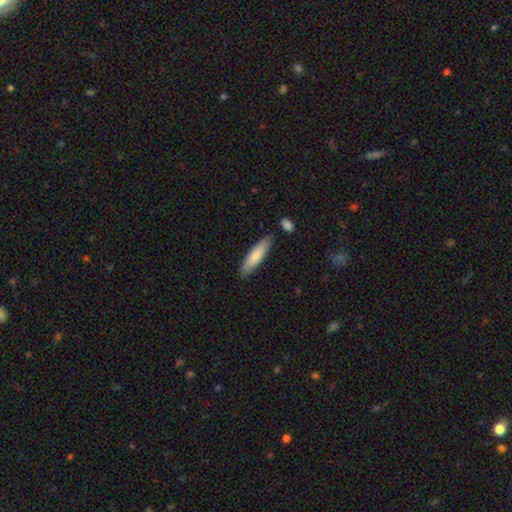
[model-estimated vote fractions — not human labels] smooth-or-featured: smooth: 79% | featured or disk: 16% | star or artifact: 5%
  how-rounded: cigar-shaped: 71% | in between: 28% | round: 1%
  merging: none: 84% | minor disturbance: 11% | merger: 3% | major disturbance: 2%